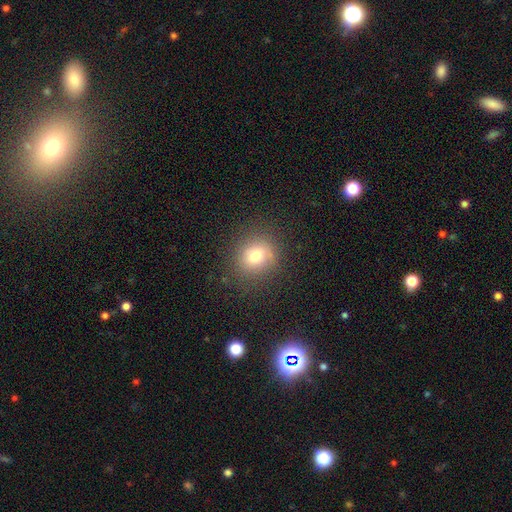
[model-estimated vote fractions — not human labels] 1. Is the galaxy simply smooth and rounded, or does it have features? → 74% smooth, 14% star or artifact, 12% featured or disk.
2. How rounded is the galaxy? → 79% round, 20% in between, 1% cigar-shaped.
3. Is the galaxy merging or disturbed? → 80% none, 13% minor disturbance, 5% major disturbance, 2% merger.